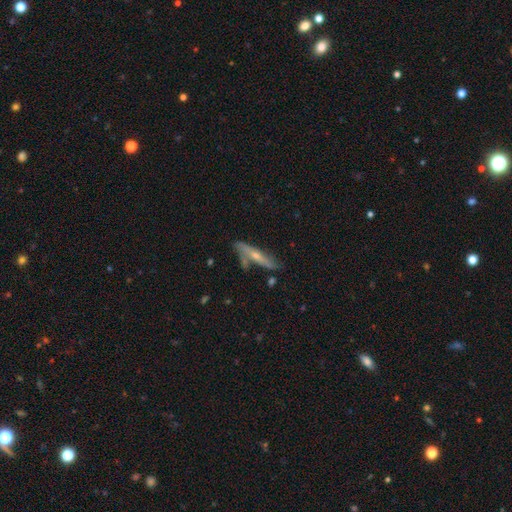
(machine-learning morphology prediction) A featured or disk galaxy (62%) viewed edge-on (75%).

Vote fractions:
- Smooth or featured? featured or disk: 62% / smooth: 30% / star or artifact: 8%
- Edge-on disk? yes: 75% / no: 25%
- Merging? none: 63% / minor disturbance: 21% / merger: 8% / major disturbance: 8%